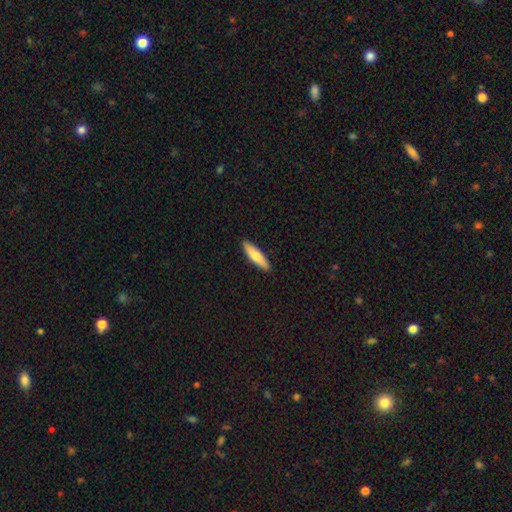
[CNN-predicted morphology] Q: Smooth or featured?
A: smooth (76%); runner-up: featured or disk (19%)
Q: How rounded?
A: cigar-shaped (73%); runner-up: in between (25%)
Q: Merging?
A: none (91%); runner-up: minor disturbance (7%)